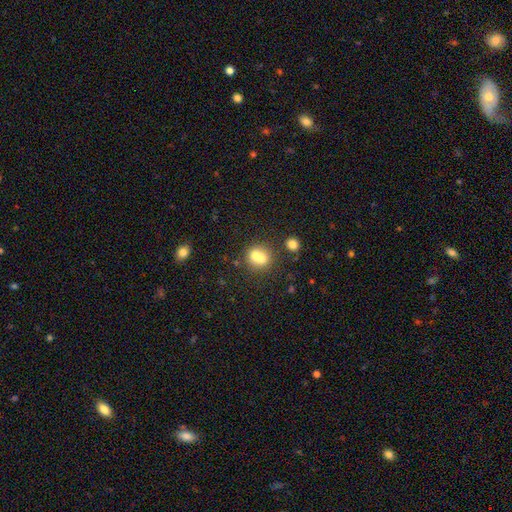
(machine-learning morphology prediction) type=smooth (68%); roundness=round (74%); merging=merger (54%).